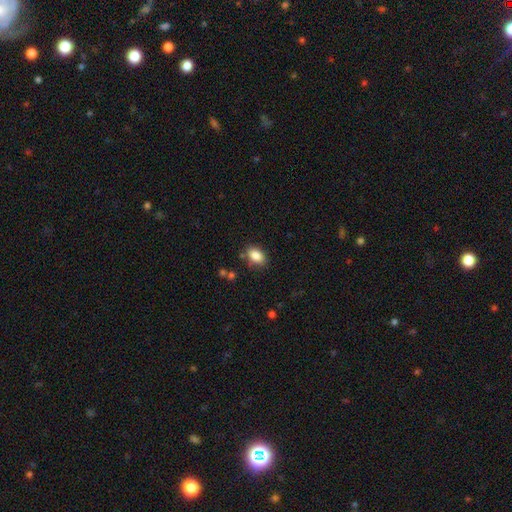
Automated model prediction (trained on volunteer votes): smooth 85%, star or artifact 9%, featured or disk 6%. Down the decision tree: how rounded — in between (84%); merging — none (81%).